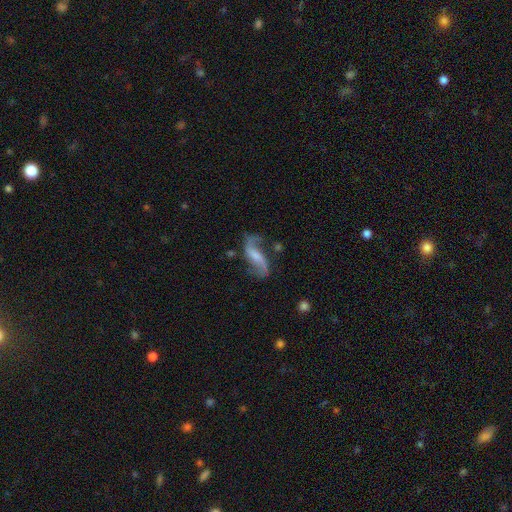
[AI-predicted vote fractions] A featured or disk galaxy (82%) with a weak bar (43%), 2 (91%) loose (80%) spiral arms (94%) and a small central bulge (36%). Merging: none (63%).